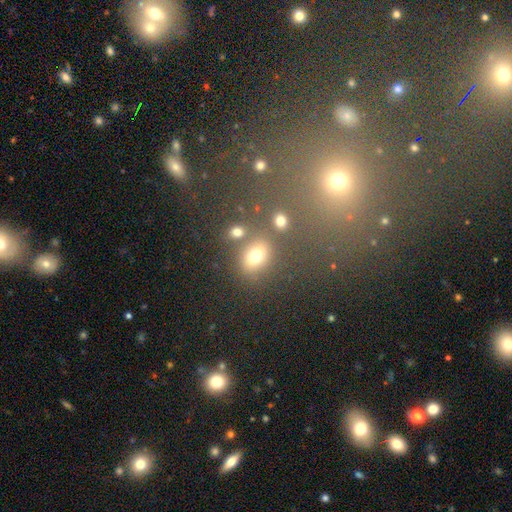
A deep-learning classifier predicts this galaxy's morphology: This is likely a smooth galaxy (69%). How rounded: possibly in between (56%). Merging: likely none (67%).